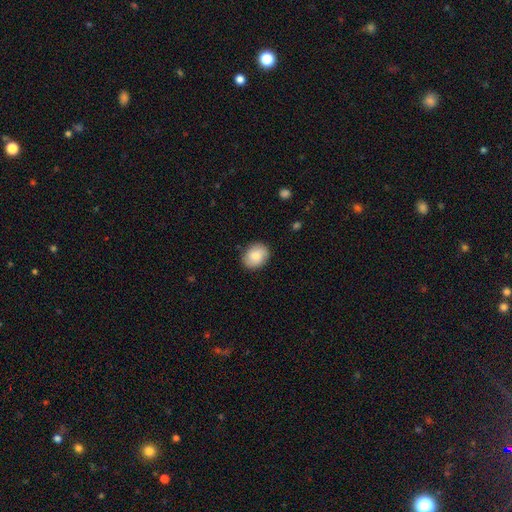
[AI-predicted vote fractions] A smooth galaxy with no disk features (84%) that is in between round and cigar-shaped (53%). Merging: none (86%).